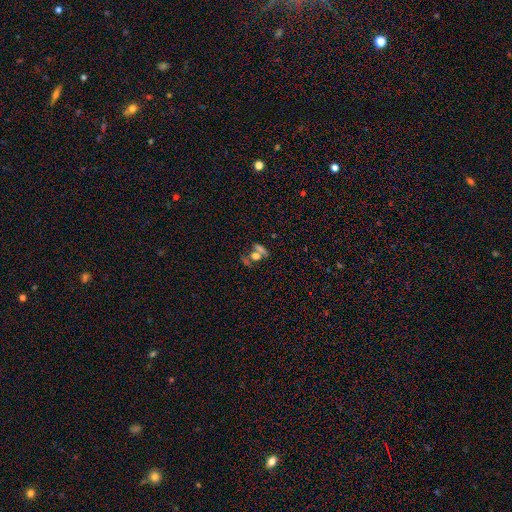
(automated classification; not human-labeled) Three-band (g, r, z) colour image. It shows a smooth galaxy with no disk features (48%). Merging: merger (40%).